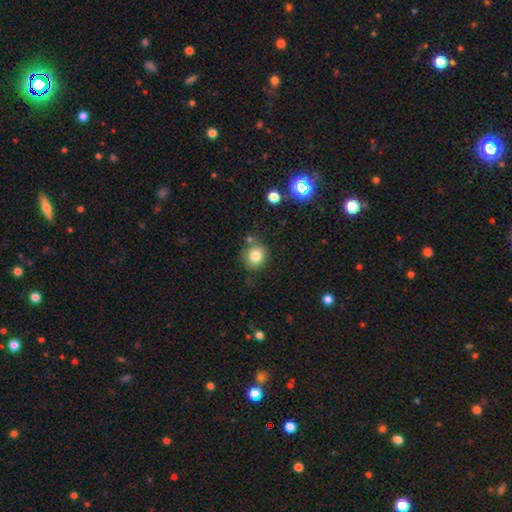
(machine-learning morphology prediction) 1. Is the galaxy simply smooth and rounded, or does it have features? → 81% smooth, 11% star or artifact, 7% featured or disk.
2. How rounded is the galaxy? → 81% round, 18% in between, 1% cigar-shaped.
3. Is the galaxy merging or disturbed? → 73% none, 15% minor disturbance, 8% merger, 4% major disturbance.